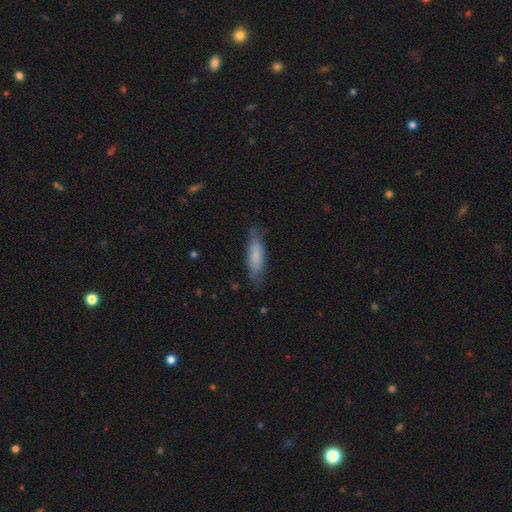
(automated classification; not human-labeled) smooth-or-featured: smooth: 74% | featured or disk: 20% | star or artifact: 6%
  how-rounded: cigar-shaped: 57% | in between: 41% | round: 2%
  merging: none: 76% | minor disturbance: 18% | major disturbance: 4% | merger: 1%